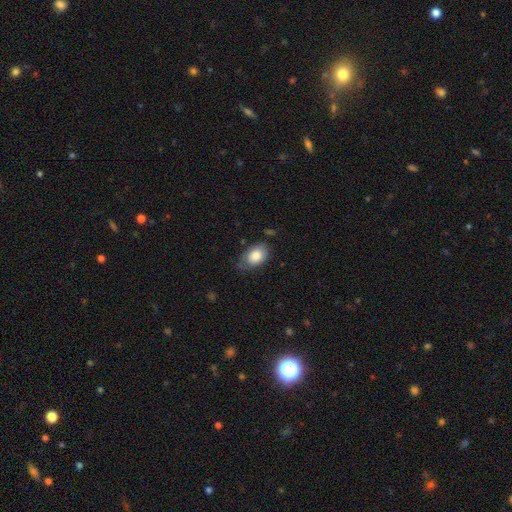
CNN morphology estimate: Overall: smooth (81%). How rounded: in between (83%). Merging: none (61%; minor disturbance 29%).